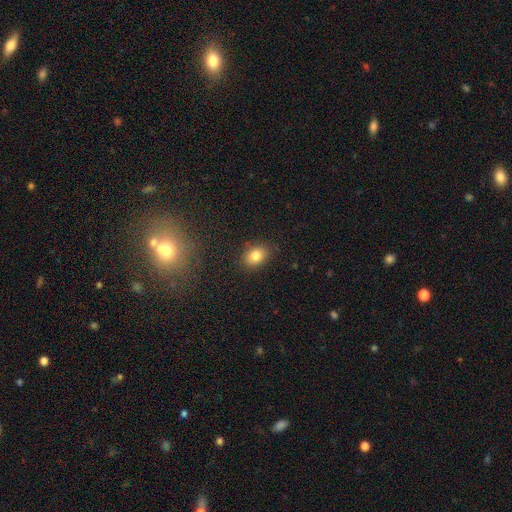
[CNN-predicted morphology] Smooth or featured? smooth (82%)
How rounded? in between (66%)
Merging? none (86%)